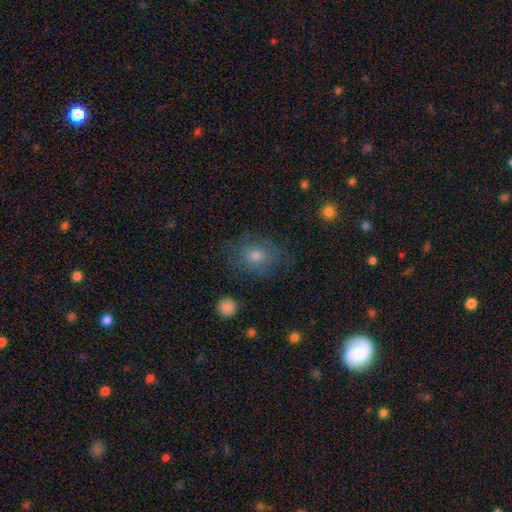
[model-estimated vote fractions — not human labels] The model was most divided on "how rounded": in between: 57%, round: 42%, cigar-shaped: 1%. More confident: merging — none (70%); smooth or featured — smooth (55%).